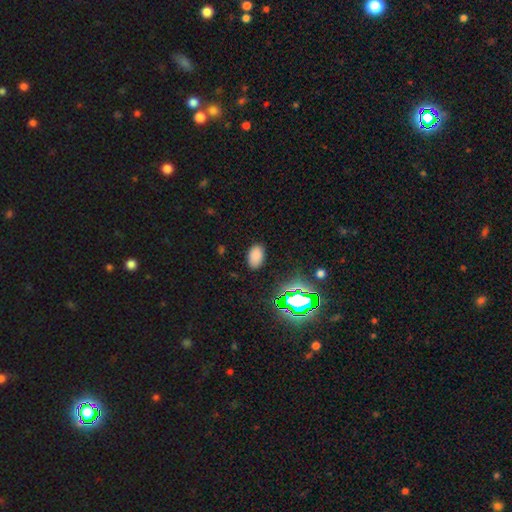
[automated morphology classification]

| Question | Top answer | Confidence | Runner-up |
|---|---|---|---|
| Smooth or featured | smooth | 78% | star or artifact (17%) |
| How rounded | in between | 91% | round (7%) |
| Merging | none | 86% | minor disturbance (10%) |